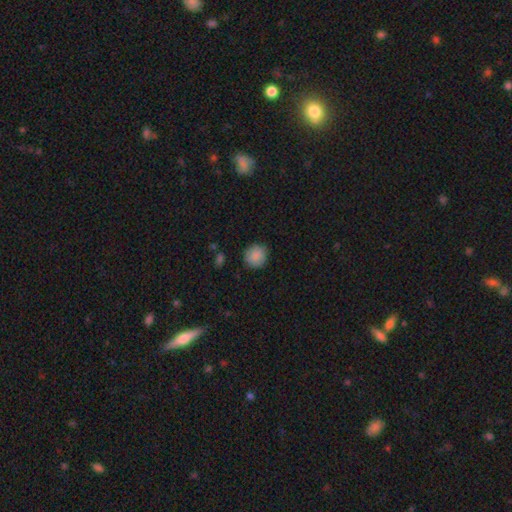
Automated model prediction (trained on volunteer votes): A smooth galaxy with no disk features (88%) that is round (91%).

Vote fractions:
- Smooth or featured? smooth: 88% / star or artifact: 8% / featured or disk: 5%
- How rounded? round: 91% / in between: 8% / cigar-shaped: 1%
- Merging? none: 86% / minor disturbance: 10% / major disturbance: 2% / merger: 1%